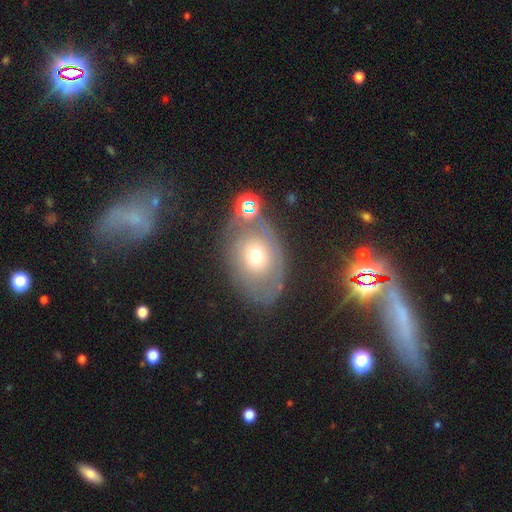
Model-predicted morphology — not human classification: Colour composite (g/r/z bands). It shows a smooth galaxy with no disk features (46%). Merging: none (59%).